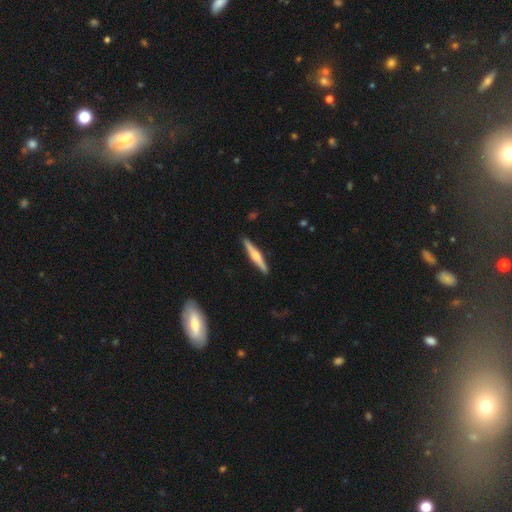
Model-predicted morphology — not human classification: Smooth or featured? Predicted: featured or disk (p=0.65). Edge-on disk? Predicted: yes (p=0.98). Edge-on bulge? Predicted: rounded (p=0.86). Merging? Predicted: none (p=0.91).